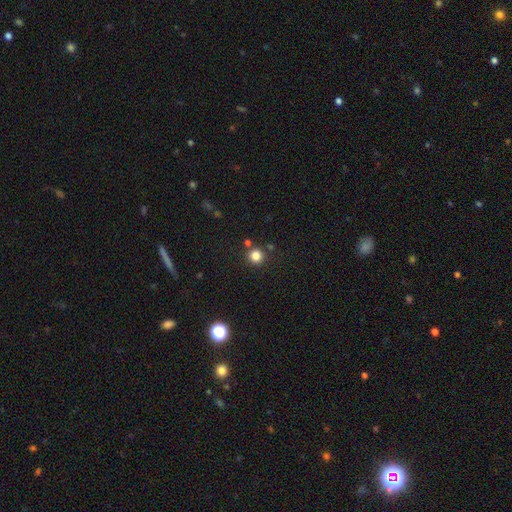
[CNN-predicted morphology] Smooth or featured? Predicted: smooth (p=0.82). How rounded? Predicted: round (p=0.94). Merging? Predicted: none (p=0.83).